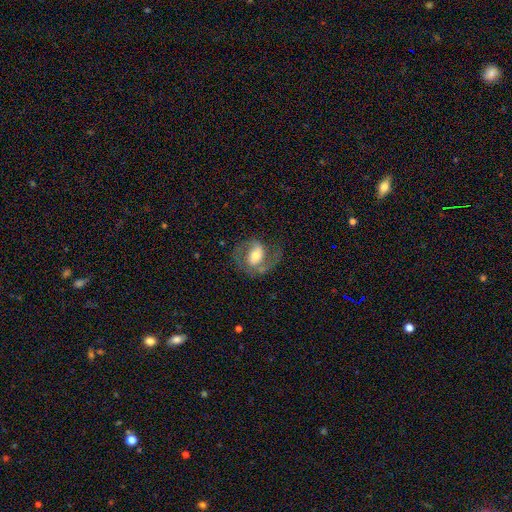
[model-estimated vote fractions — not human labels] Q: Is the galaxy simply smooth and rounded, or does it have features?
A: featured or disk — 75%.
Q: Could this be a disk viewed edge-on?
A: no — 97%.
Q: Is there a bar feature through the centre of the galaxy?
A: weak — 40%.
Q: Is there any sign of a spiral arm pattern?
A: yes — 88%.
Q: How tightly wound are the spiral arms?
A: medium — 54%.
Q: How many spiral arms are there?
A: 2 — 80%.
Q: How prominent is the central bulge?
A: moderate — 63%.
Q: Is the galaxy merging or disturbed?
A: none — 62%.